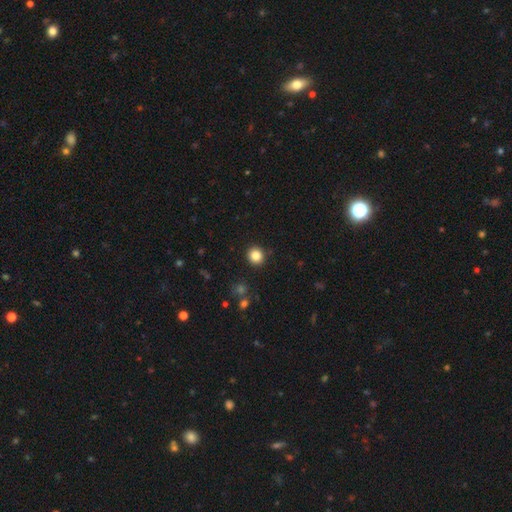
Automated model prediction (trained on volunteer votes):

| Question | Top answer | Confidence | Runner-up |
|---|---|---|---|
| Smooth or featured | smooth | 84% | star or artifact (11%) |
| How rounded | round | 88% | in between (11%) |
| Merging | none | 92% | minor disturbance (5%) |